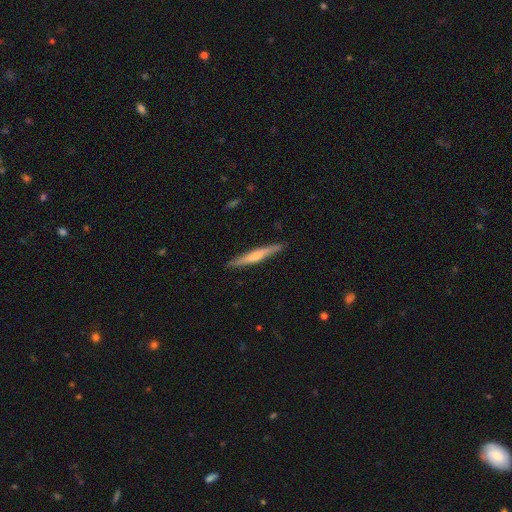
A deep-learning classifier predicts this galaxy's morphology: featured or disk 58%, smooth 36%, star or artifact 6%. Down the decision tree: edge-on disk — yes (97%); edge-on bulge — rounded (67%); merging — none (91%).